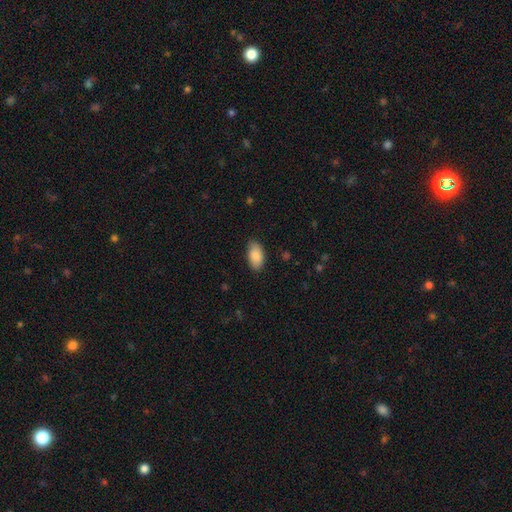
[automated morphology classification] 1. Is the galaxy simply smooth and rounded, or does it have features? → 88% smooth, 6% star or artifact, 6% featured or disk.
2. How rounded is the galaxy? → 94% in between, 3% round, 3% cigar-shaped.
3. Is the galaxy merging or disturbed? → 82% none, 14% minor disturbance, 3% major disturbance, 1% merger.